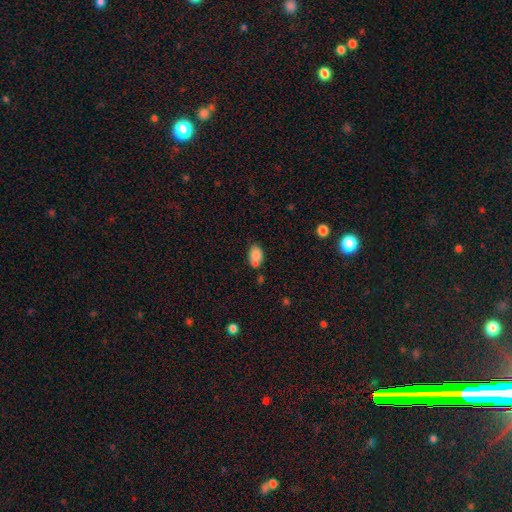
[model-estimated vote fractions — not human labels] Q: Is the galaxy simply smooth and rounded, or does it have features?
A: smooth — 80%.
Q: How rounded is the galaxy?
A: in between — 78%.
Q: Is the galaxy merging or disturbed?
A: none — 45%.